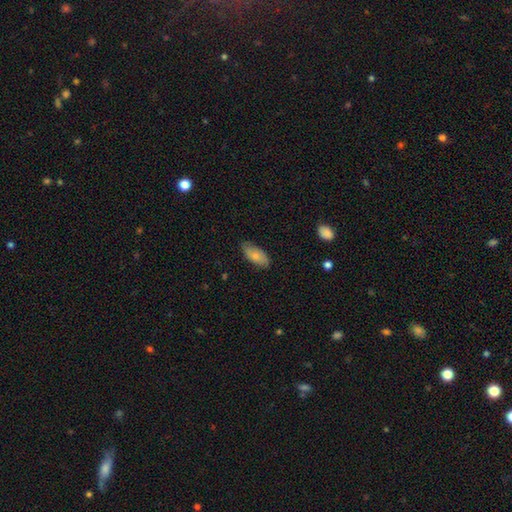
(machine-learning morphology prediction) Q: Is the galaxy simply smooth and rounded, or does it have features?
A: smooth — 77%.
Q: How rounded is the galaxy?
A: in between — 91%.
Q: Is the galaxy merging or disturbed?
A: none — 77%.